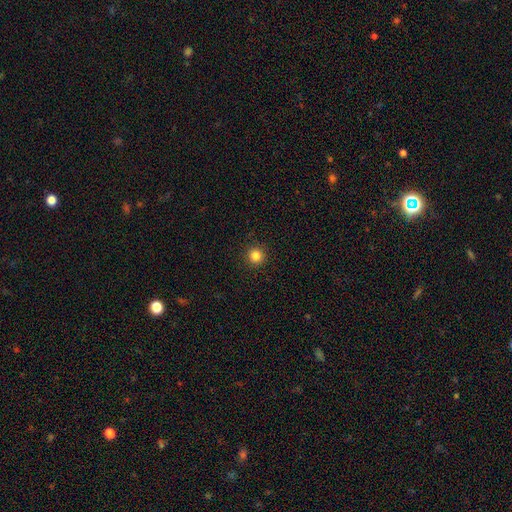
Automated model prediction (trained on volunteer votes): Morphology: type=smooth (83%); roundness=round (96%); merging=none (93%).